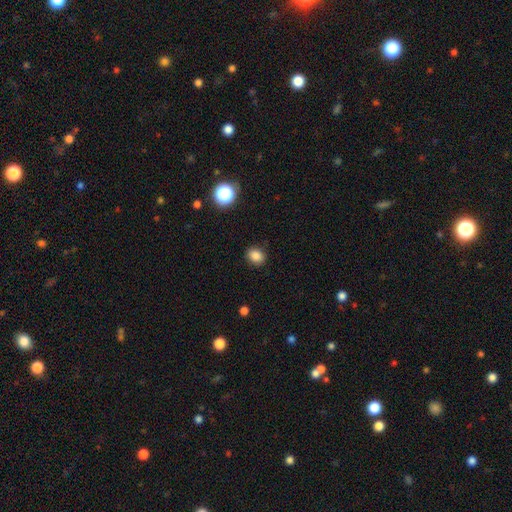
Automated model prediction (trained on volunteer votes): Smooth or featured? smooth (84%)
How rounded? round (58%)
Merging? none (86%)